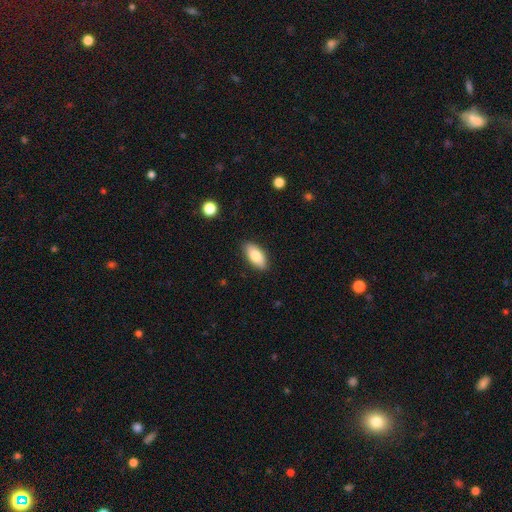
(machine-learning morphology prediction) Smooth or featured? Predicted: smooth (p=0.82). How rounded? Predicted: in between (p=0.89). Merging? Predicted: none (p=0.88).